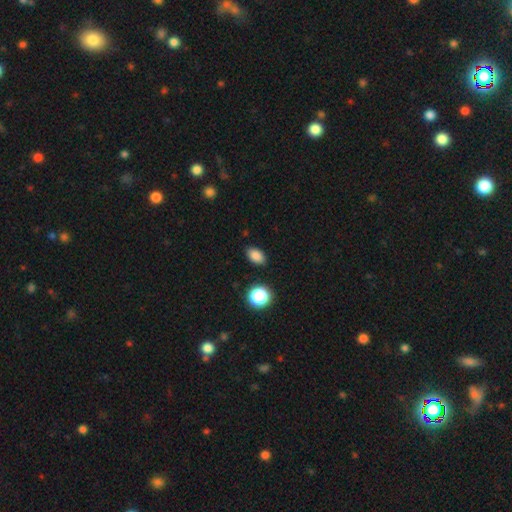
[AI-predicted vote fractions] Morphology: type=smooth (84%); roundness=in between (84%); merging=none (87%).